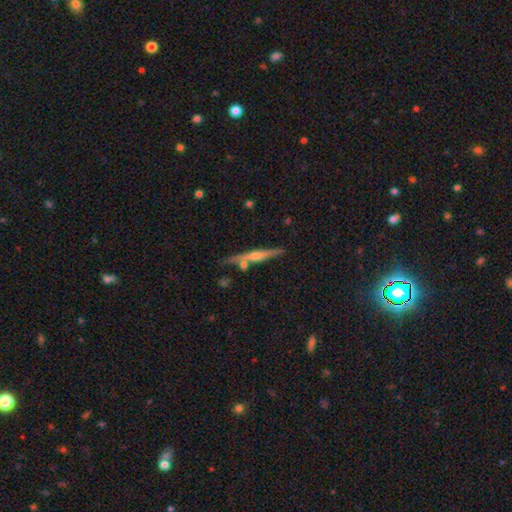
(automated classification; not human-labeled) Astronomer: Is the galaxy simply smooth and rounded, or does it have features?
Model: featured or disk — 67%.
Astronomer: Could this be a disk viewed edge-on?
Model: yes — 96%.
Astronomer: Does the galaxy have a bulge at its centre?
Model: rounded — 75%.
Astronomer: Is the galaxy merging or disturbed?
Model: none — 75%.